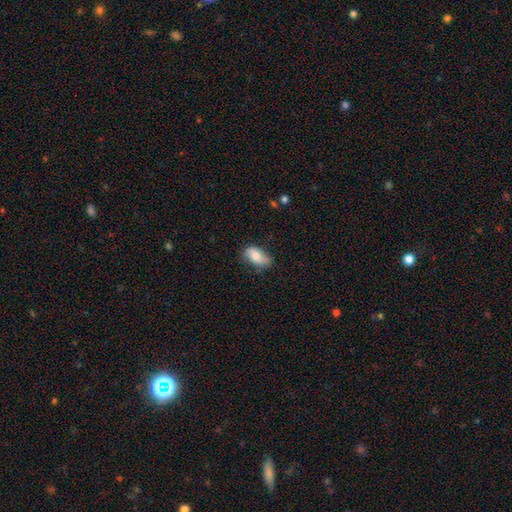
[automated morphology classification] The model was most divided on "merging": none: 67%, minor disturbance: 26%, major disturbance: 6%, merger: 2%. More confident: how rounded — in between (91%); smooth or featured — smooth (68%).